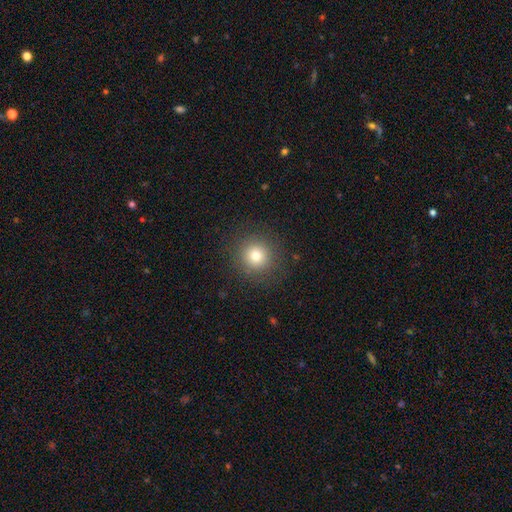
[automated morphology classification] smooth-or-featured: smooth: 78% | star or artifact: 14% | featured or disk: 8%
  how-rounded: round: 94% | in between: 6% | cigar-shaped: 1%
  merging: none: 89% | minor disturbance: 7% | major disturbance: 3% | merger: 1%